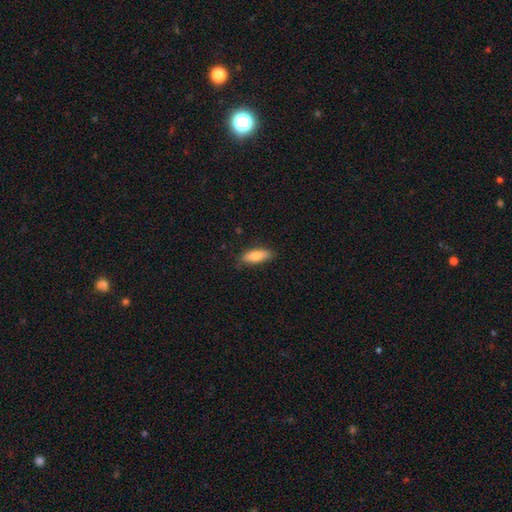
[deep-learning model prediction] Smooth or featured: smooth — 80% (featured or disk — 14%)
How rounded: in between — 64% (cigar-shaped — 34%)
Merging: none — 83% (minor disturbance — 13%)